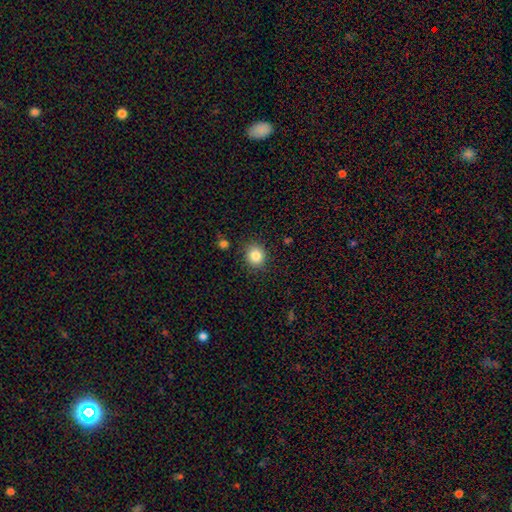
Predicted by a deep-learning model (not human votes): A smooth galaxy with no disk features (85%) that is round (80%).

Vote fractions:
- Smooth or featured? smooth: 85% / star or artifact: 10% / featured or disk: 5%
- How rounded? round: 80% / in between: 19% / cigar-shaped: 1%
- Merging? none: 87% / minor disturbance: 8% / major disturbance: 3% / merger: 2%